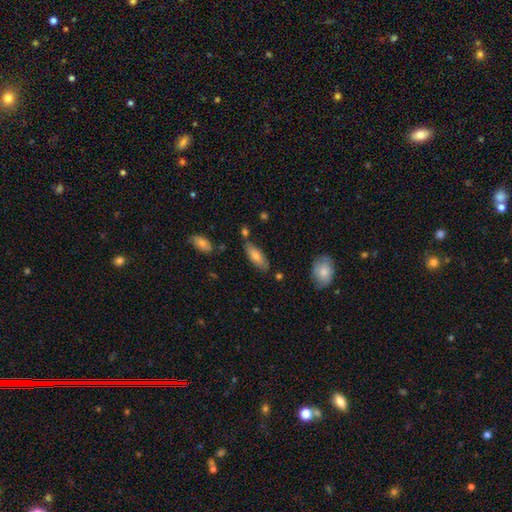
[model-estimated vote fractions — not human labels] Smooth or featured?
  - smooth: 74% *
  - featured or disk: 19%
  - star or artifact: 7%
How rounded?
  - in between: 72% *
  - cigar-shaped: 26%
  - round: 2%
Merging?
  - none: 75% *
  - minor disturbance: 17%
  - merger: 6%
  - major disturbance: 3%